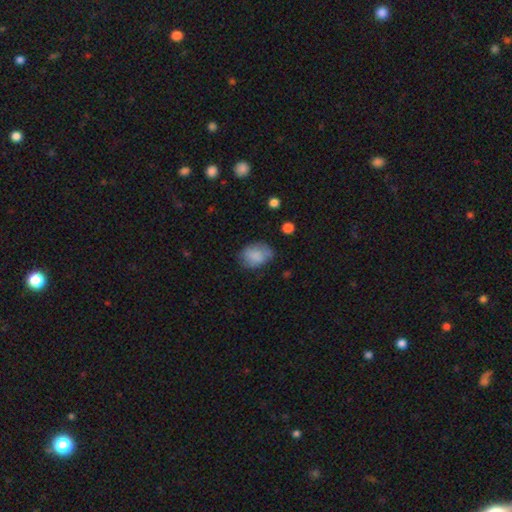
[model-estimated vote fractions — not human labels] Morphology: type=smooth (80%); roundness=in between (66%); merging=none (60%).